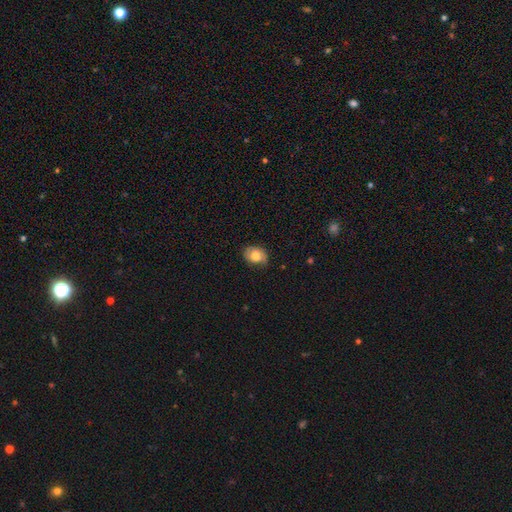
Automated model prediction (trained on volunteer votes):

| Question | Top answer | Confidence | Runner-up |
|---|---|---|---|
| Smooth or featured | smooth | 66% | featured or disk (26%) |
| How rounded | in between | 68% | round (31%) |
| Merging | none | 72% | minor disturbance (22%) |